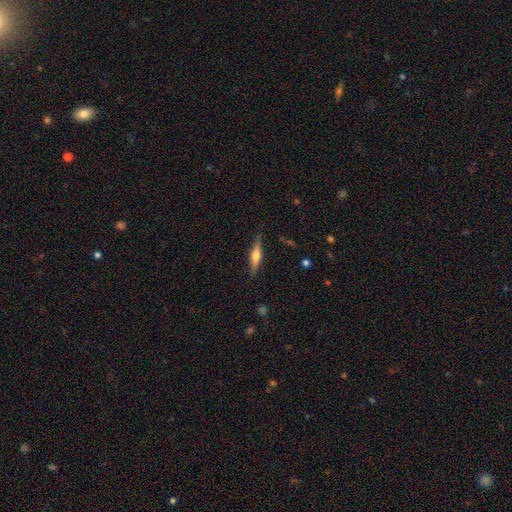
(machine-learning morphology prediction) smooth-or-featured: featured or disk: 61% | smooth: 33% | star or artifact: 6%
  disk-edge-on: yes: 96% | no: 4%
    edge-on-bulge: rounded: 90% | boxy: 7% | none: 3%
  merging: none: 86% | minor disturbance: 10% | major disturbance: 2% | merger: 1%